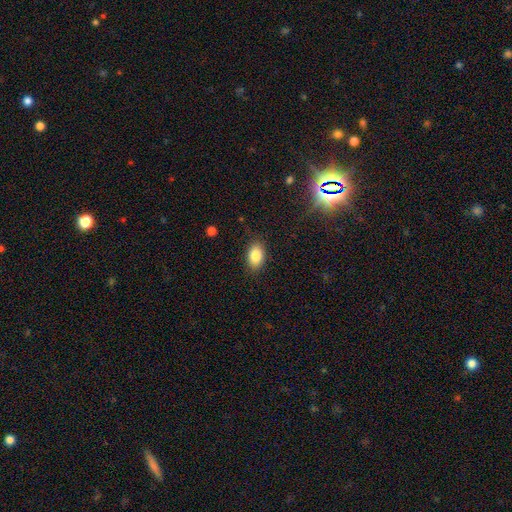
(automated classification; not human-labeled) Smooth or featured?
  - smooth: 85% *
  - star or artifact: 9%
  - featured or disk: 7%
How rounded?
  - in between: 88% *
  - round: 11%
  - cigar-shaped: 2%
Merging?
  - none: 85% *
  - minor disturbance: 11%
  - major disturbance: 3%
  - merger: 1%